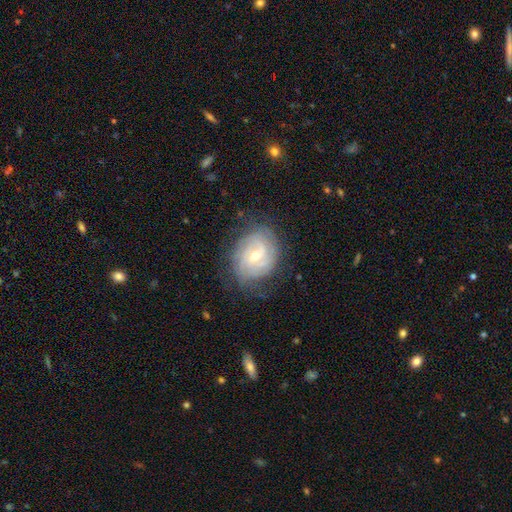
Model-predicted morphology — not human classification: A featured or disk galaxy (82%) with a weak bar (46%), tight (70%) spiral arms (95%) and a moderate central bulge (49%). Merging: none (74%).